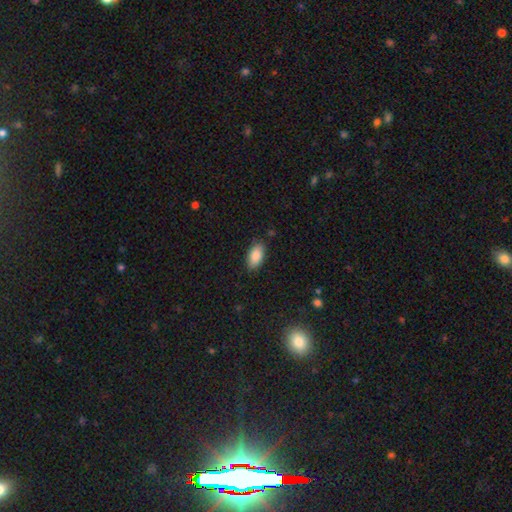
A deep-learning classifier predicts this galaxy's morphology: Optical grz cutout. It shows a smooth galaxy with no disk features (88%) that is in between round and cigar-shaped (93%). Merging: none (84%).